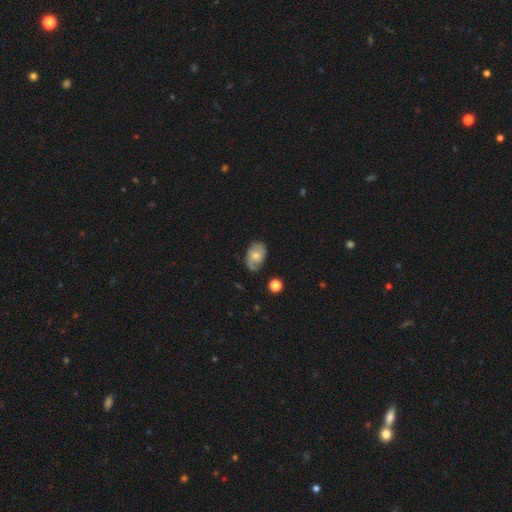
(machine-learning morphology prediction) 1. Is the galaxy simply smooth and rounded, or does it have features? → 55% featured or disk, 38% smooth, 8% star or artifact.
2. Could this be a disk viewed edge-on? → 95% no, 5% yes.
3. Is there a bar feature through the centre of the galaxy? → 74% no, 23% weak, 3% strong.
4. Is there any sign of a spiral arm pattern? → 81% yes, 19% no.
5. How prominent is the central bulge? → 52% moderate, 40% small, 3% large, 3% none, 1% dominant.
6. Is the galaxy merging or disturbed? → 63% none, 27% minor disturbance, 9% major disturbance, 2% merger.